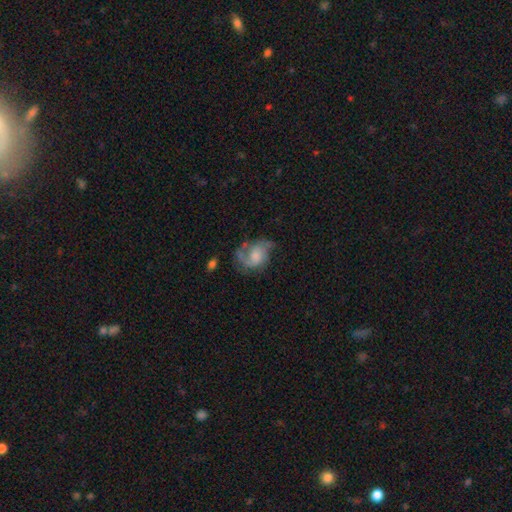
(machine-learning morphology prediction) Smooth or featured: featured or disk — 68% (smooth — 24%)
Edge-on disk: no — 98% (yes — 2%)
Bar: no — 67% (weak — 28%)
Spiral arms: yes — 88% (no — 12%)
Spiral winding: medium — 44% (loose — 37%)
Spiral arm count: 2 — 54% (1 — 23%)
Bulge size: moderate — 30% (none — 27%)
Merging: none — 43% (major disturbance — 28%)